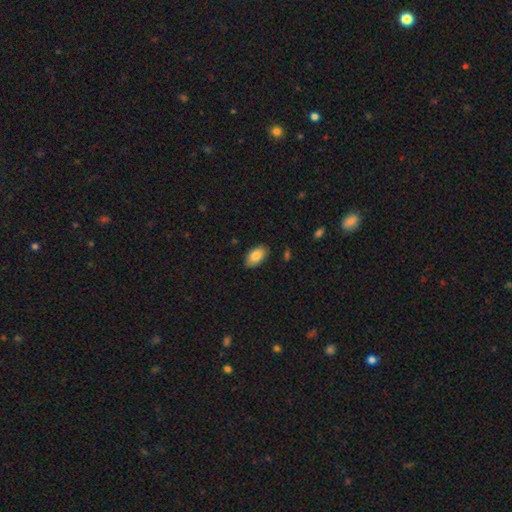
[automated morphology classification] A smooth galaxy with no disk features (85%) that is in between round and cigar-shaped (94%).

Vote fractions:
- Smooth or featured? smooth: 85% / featured or disk: 8% / star or artifact: 7%
- How rounded? in between: 94% / round: 4% / cigar-shaped: 2%
- Merging? none: 87% / minor disturbance: 10% / major disturbance: 2% / merger: 1%